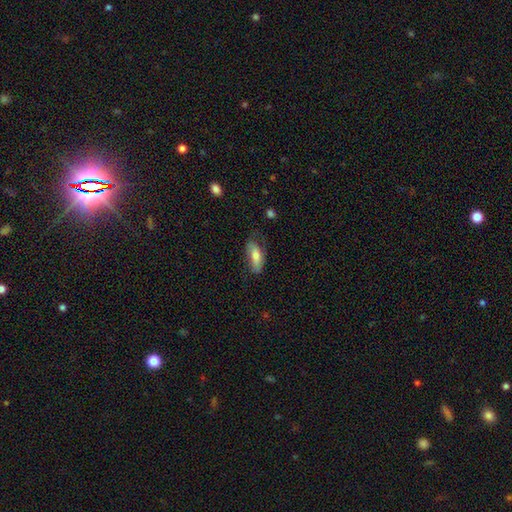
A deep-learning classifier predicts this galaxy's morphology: A smooth galaxy with no disk features (71%) that is in between round and cigar-shaped (76%). Merging: none (60%).